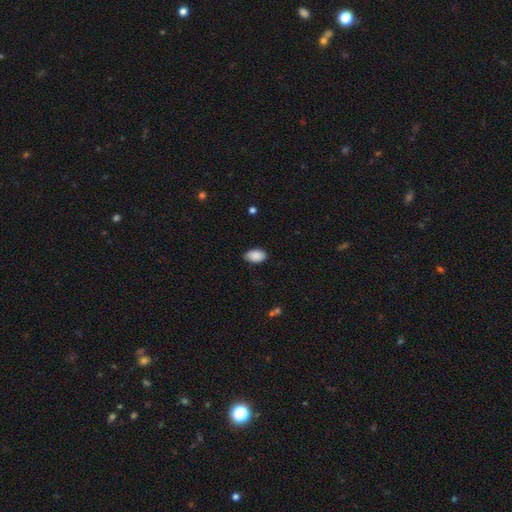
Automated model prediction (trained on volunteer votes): The model was most divided on "merging": none: 80%, minor disturbance: 16%, major disturbance: 3%, merger: 1%. More confident: how rounded — in between (92%); smooth or featured — smooth (89%).